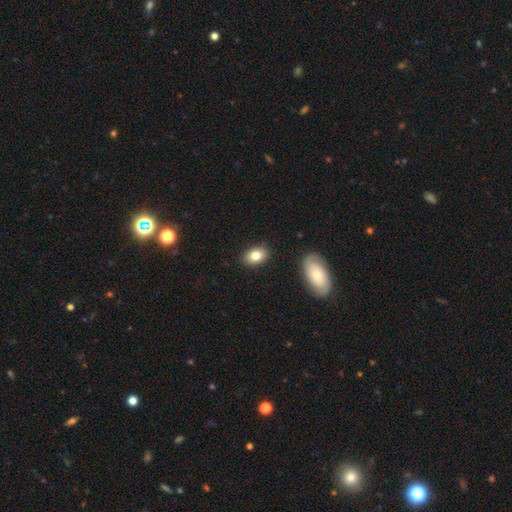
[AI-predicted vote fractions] The model was most divided on "smooth or featured": smooth: 81%, featured or disk: 11%, star or artifact: 8%. More confident: merging — none (86%); how rounded — in between (85%).